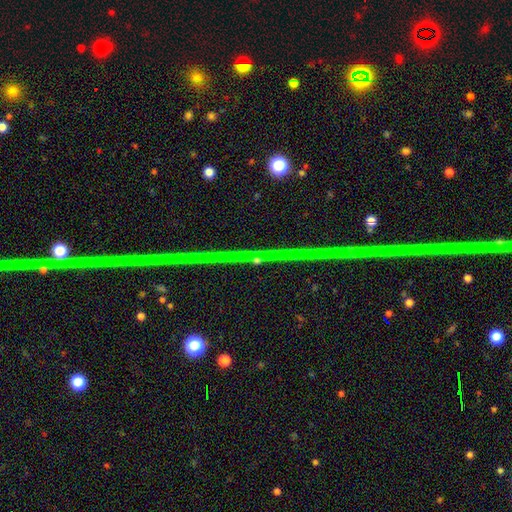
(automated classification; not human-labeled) smooth-or-featured: star or artifact: 84% | featured or disk: 11% | smooth: 5%